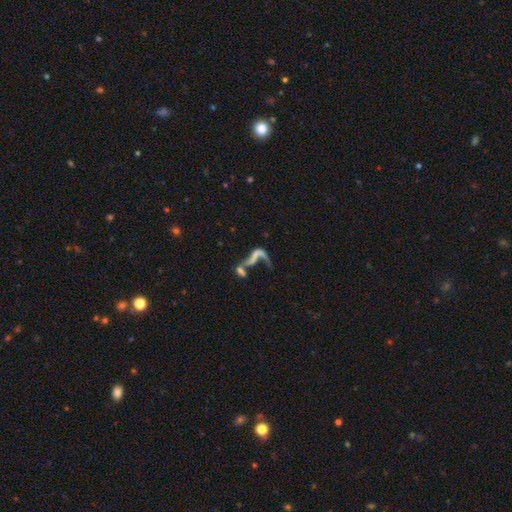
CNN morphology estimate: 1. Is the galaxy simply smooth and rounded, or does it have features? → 55% featured or disk, 30% smooth, 15% star or artifact.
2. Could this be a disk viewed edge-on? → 88% no, 12% yes.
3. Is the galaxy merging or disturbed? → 46% merger, 27% major disturbance, 19% none, 8% minor disturbance.